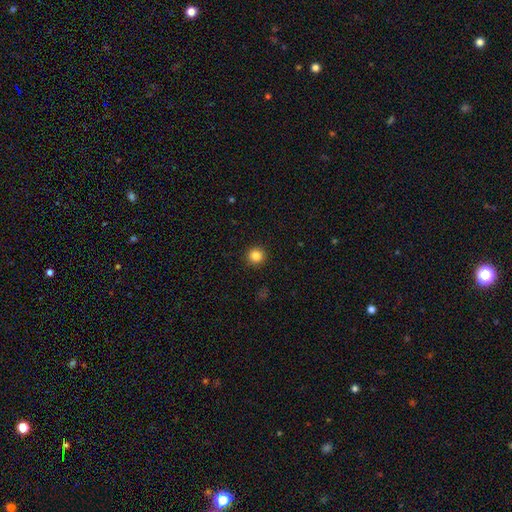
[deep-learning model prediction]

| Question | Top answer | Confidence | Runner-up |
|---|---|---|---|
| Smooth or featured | smooth | 84% | star or artifact (12%) |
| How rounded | round | 95% | in between (4%) |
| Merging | none | 93% | minor disturbance (5%) |